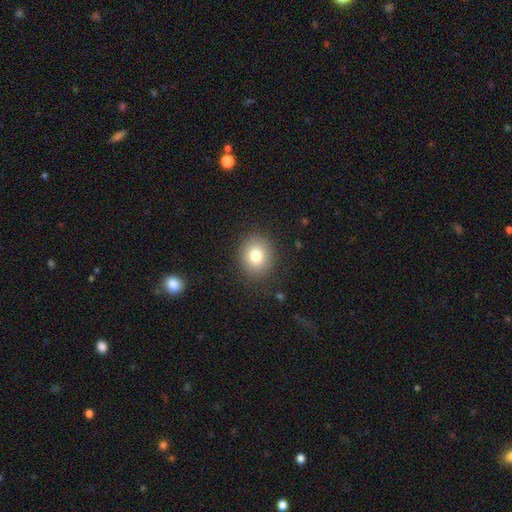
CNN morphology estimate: Smooth or featured?
  - smooth: 79% *
  - star or artifact: 11%
  - featured or disk: 10%
How rounded?
  - round: 74% *
  - in between: 25%
  - cigar-shaped: 1%
Merging?
  - none: 88% *
  - minor disturbance: 8%
  - major disturbance: 3%
  - merger: 1%